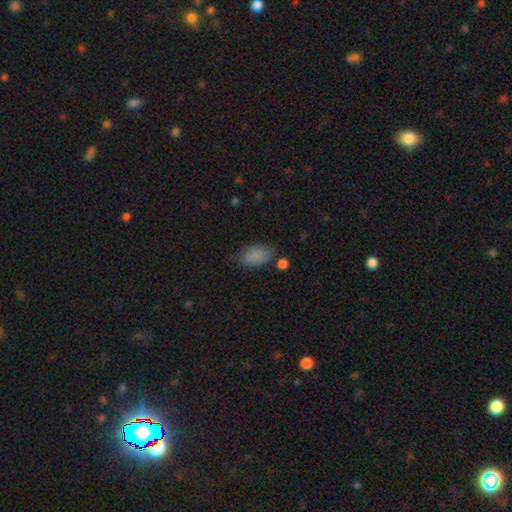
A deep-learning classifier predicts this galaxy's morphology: This appears to be a smooth galaxy with no disk features (86%) that is in between round and cigar-shaped (93%). Merging: none (72%).